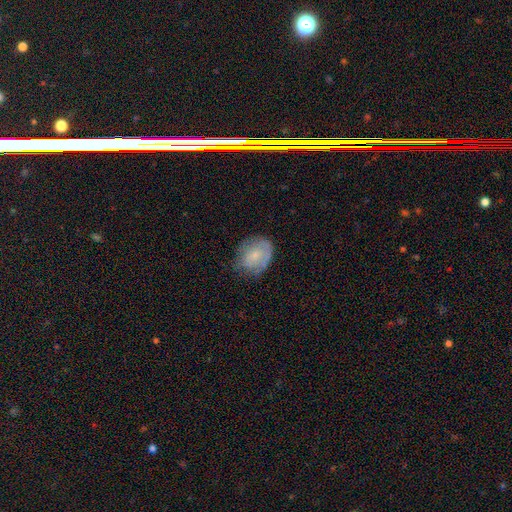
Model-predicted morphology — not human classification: This appears to be a smooth galaxy with no disk features (60%) that is in between round and cigar-shaped (56%). Merging: none (59%).